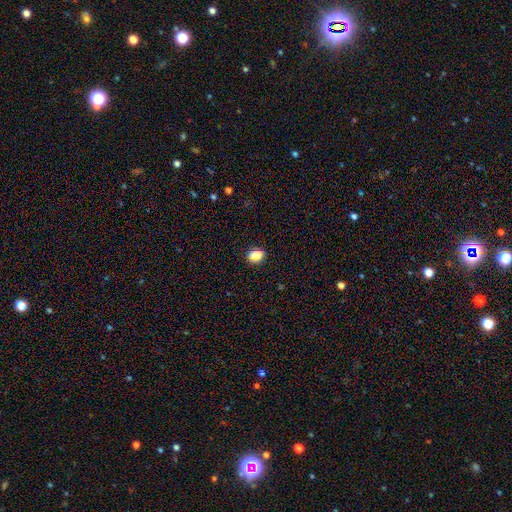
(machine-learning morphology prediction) smooth-or-featured: smooth: 74% | star or artifact: 18% | featured or disk: 8%
  how-rounded: round: 51% | in between: 46% | cigar-shaped: 3%
  merging: none: 88% | minor disturbance: 8% | major disturbance: 2% | merger: 1%